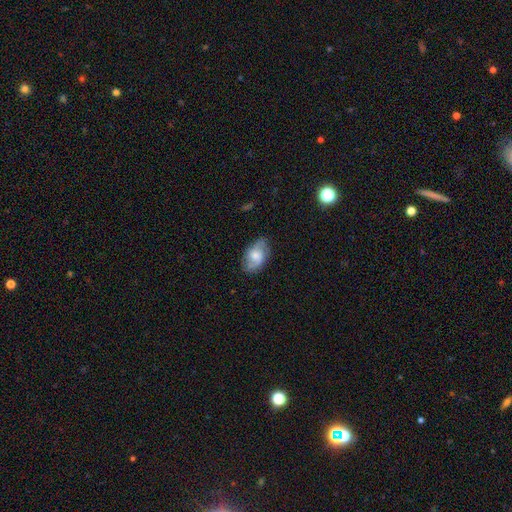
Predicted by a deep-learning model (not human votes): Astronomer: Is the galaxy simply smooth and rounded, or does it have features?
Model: featured or disk — 47% (runner-up: smooth, 45%).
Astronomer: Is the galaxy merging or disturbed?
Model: none — 71%.